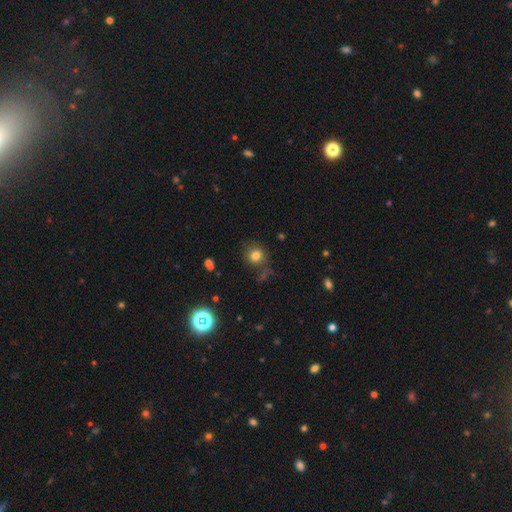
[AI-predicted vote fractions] Smooth or featured? smooth (78%)
How rounded? round (84%)
Merging? none (77%)